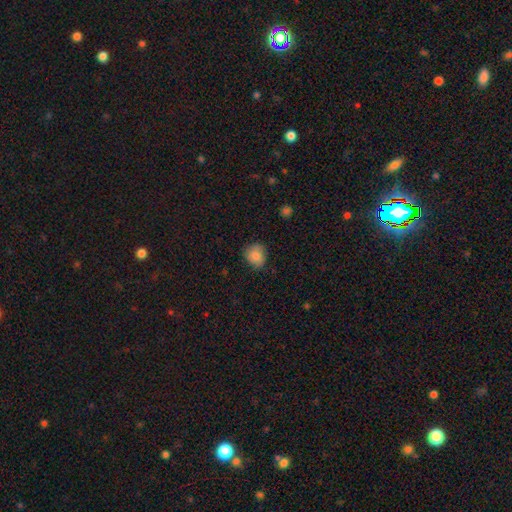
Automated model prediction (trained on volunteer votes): Q: Smooth or featured?
A: smooth (85%); runner-up: star or artifact (8%)
Q: How rounded?
A: round (72%); runner-up: in between (27%)
Q: Merging?
A: none (74%); runner-up: minor disturbance (21%)